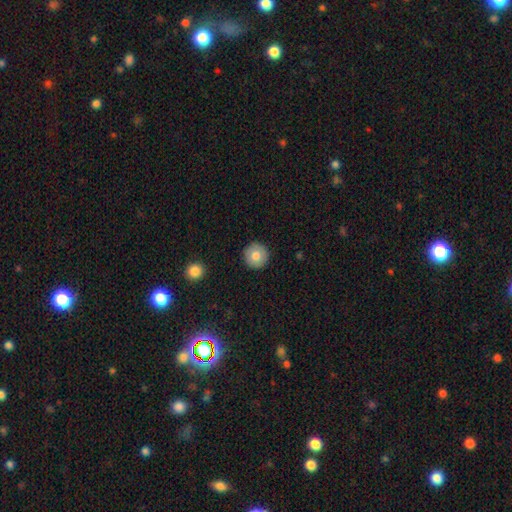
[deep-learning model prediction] smooth_or_featured: smooth (p=0.80) [alt: featured or disk p=0.12]
how_rounded: round (p=0.96) [alt: in between p=0.04]
merging: none (p=0.91) [alt: minor disturbance p=0.06]